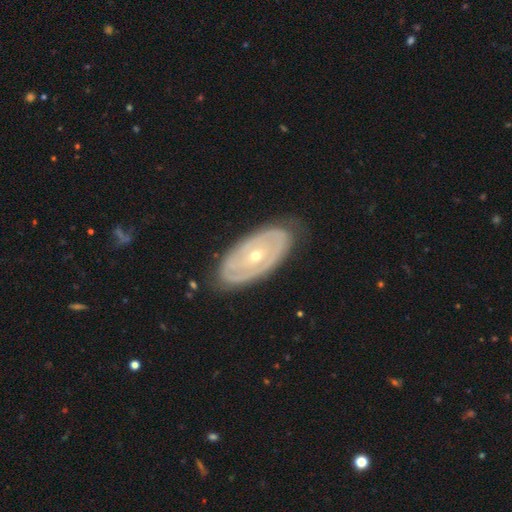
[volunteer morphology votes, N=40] Volunteers were most divided on "spiral arms": yes: 52%, no: 48%. More confident: edge-on disk — no (90%); spiral winding — tight (79%); bar — no (78%); merging — none (76%); smooth or featured — featured or disk (75%); spiral arm count — can't tell (71%); bulge size — small (56%).